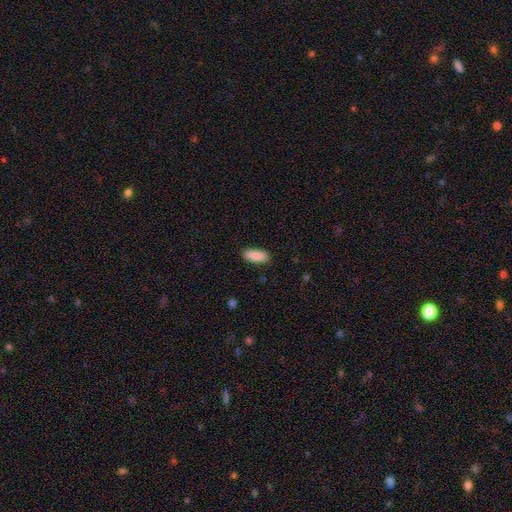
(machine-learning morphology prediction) type=smooth (88%); roundness=in between (72%); merging=none (87%).